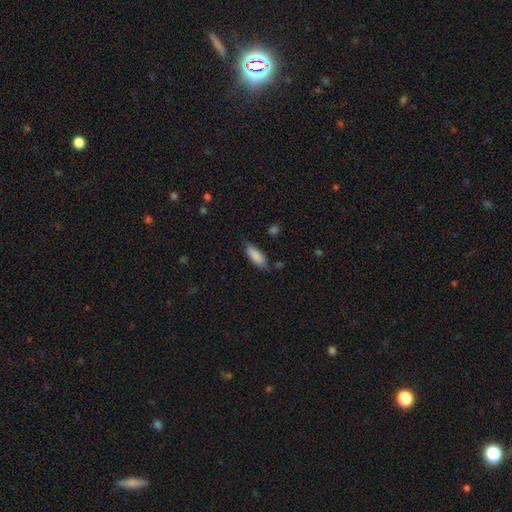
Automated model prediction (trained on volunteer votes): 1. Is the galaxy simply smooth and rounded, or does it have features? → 86% smooth, 8% featured or disk, 6% star or artifact.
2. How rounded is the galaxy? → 75% in between, 24% cigar-shaped, 2% round.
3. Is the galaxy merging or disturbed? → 73% none, 21% minor disturbance, 4% major disturbance, 2% merger.